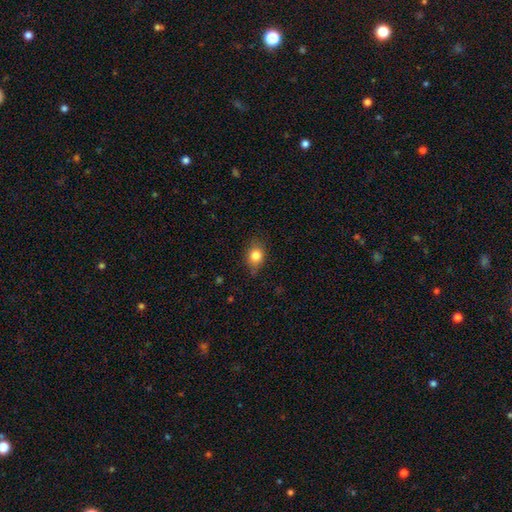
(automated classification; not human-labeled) Q: Smooth or featured?
A: smooth (82%); runner-up: star or artifact (10%)
Q: How rounded?
A: round (50%); runner-up: in between (48%)
Q: Merging?
A: none (73%); runner-up: minor disturbance (21%)